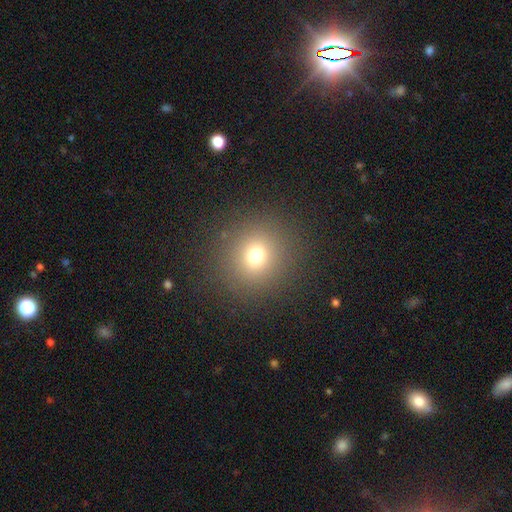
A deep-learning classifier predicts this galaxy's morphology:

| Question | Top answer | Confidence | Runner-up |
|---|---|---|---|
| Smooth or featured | smooth | 72% | star or artifact (19%) |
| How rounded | round | 89% | in between (10%) |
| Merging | none | 88% | minor disturbance (6%) |